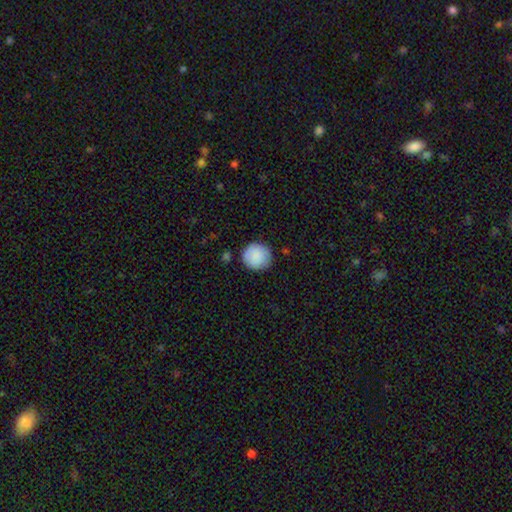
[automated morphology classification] smooth_or_featured: smooth (p=0.88) [alt: star or artifact p=0.07]
how_rounded: round (p=0.93) [alt: in between p=0.06]
merging: none (p=0.85) [alt: minor disturbance p=0.11]